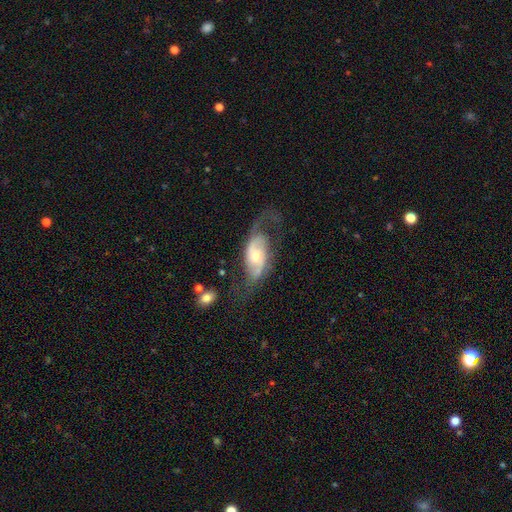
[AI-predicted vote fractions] Morphology: type=featured or disk (75%); edge-on=no (91%); bar=no (56%); spiral arms=yes (86%); winding=loose (48%); arm count=2 (81%); bulge=moderate (60%); merging=none (53%).